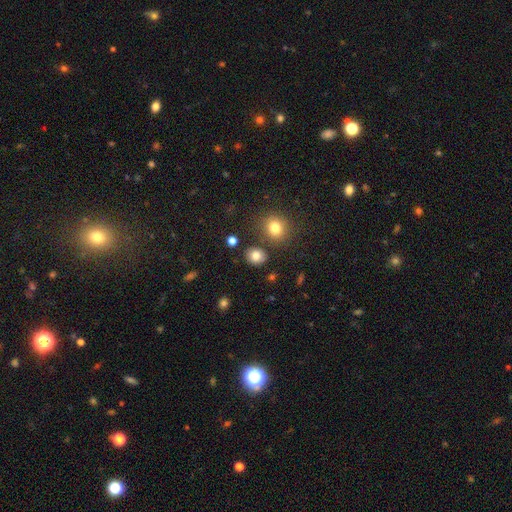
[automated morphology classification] Overall: smooth (81%). How rounded: round (61%; in between 38%). Merging: none (83%).